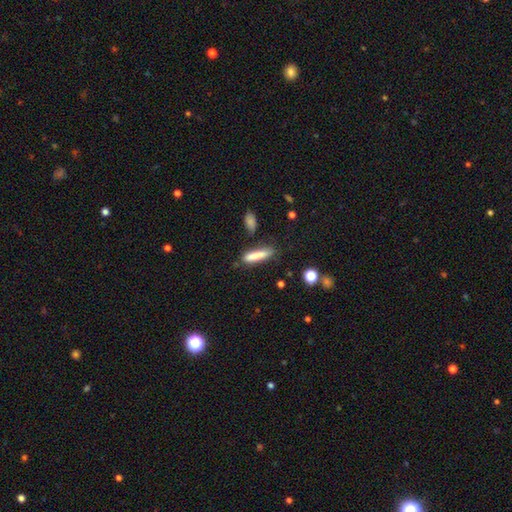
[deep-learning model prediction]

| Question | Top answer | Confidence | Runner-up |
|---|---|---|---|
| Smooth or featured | smooth | 81% | featured or disk (12%) |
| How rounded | cigar-shaped | 80% | in between (19%) |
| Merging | none | 73% | minor disturbance (17%) |